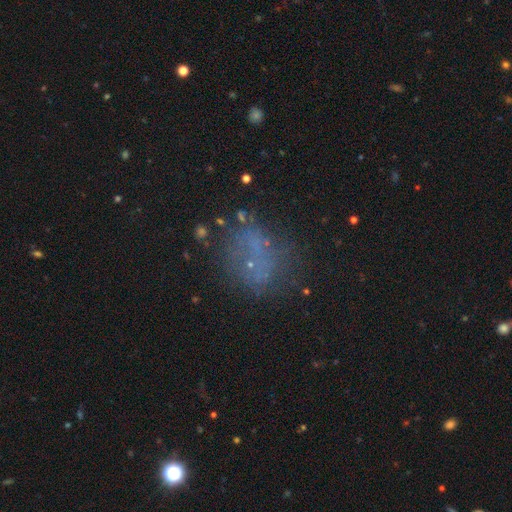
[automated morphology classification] smooth_or_featured: smooth (p=0.40) [alt: star or artifact p=0.31]
merging: none (p=0.60) [alt: minor disturbance p=0.18]